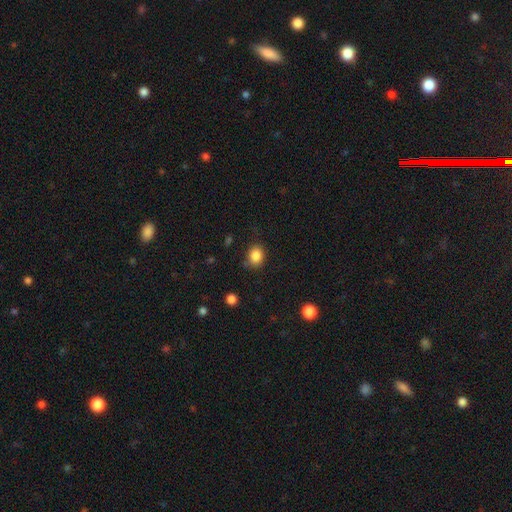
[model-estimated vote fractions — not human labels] A smooth galaxy with no disk features (85%) that is round (55%). Merging: none (78%).